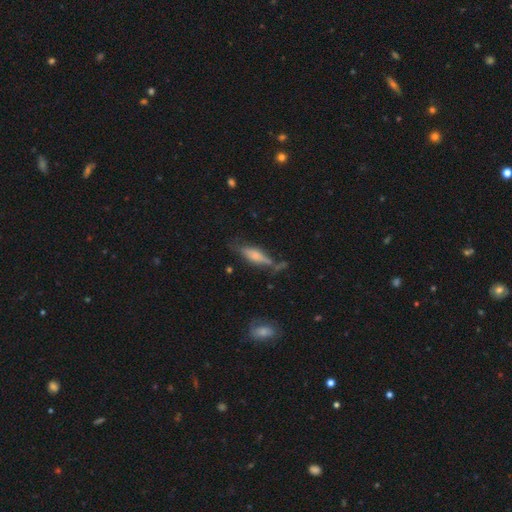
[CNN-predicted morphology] Q: Smooth or featured?
A: smooth (52%); runner-up: featured or disk (40%)
Q: How rounded?
A: cigar-shaped (60%); runner-up: in between (38%)
Q: Merging?
A: none (56%); runner-up: minor disturbance (25%)